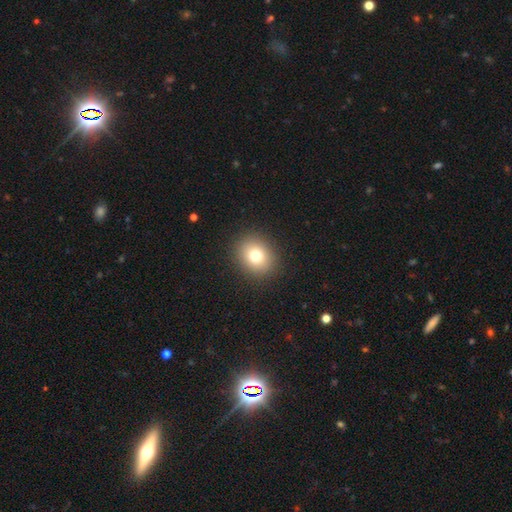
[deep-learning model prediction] Q: Smooth or featured?
A: smooth (77%); runner-up: star or artifact (13%)
Q: How rounded?
A: round (69%); runner-up: in between (30%)
Q: Merging?
A: none (91%); runner-up: minor disturbance (6%)